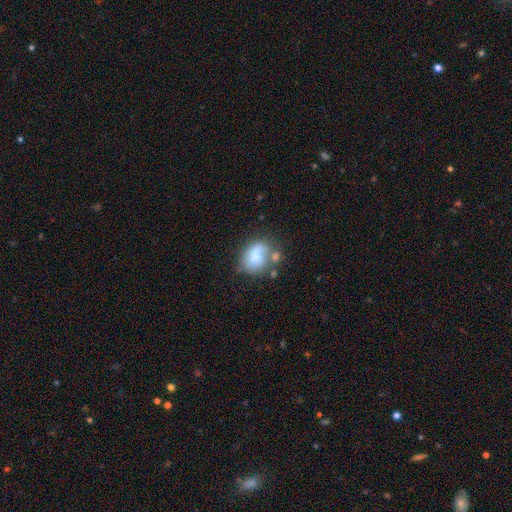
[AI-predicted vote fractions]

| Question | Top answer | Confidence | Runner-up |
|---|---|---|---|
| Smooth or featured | smooth | 63% | featured or disk (28%) |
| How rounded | in between | 55% | round (43%) |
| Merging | none | 39% | minor disturbance (24%) |